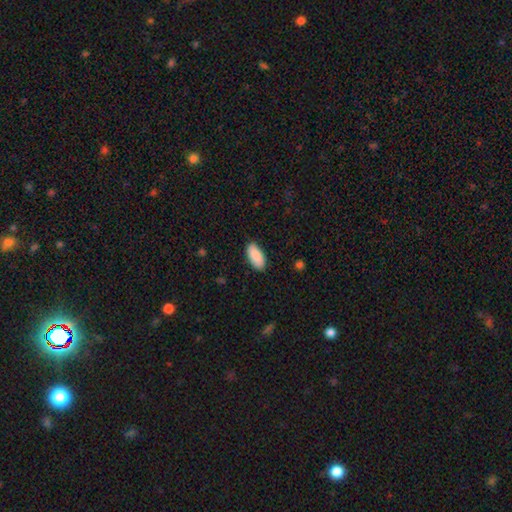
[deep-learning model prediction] Smooth or featured? smooth (89%)
How rounded? in between (93%)
Merging? none (86%)